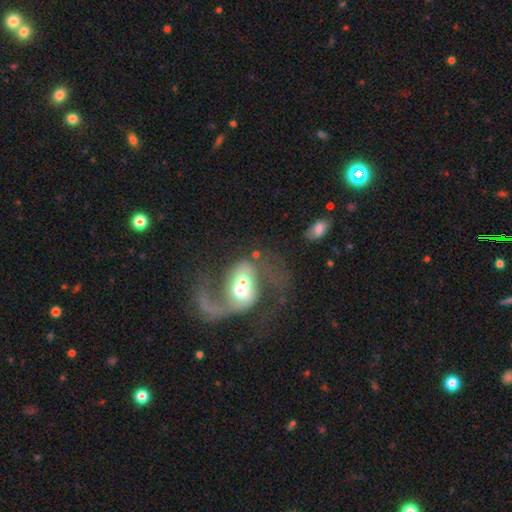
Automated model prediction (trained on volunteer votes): Smooth or featured: featured or disk — 69% (smooth — 22%)
Edge-on disk: no — 96% (yes — 4%)
Bar: no — 62% (weak — 27%)
Spiral arms: yes — 78% (no — 22%)
Spiral winding: loose — 65% (medium — 28%)
Spiral arm count: 2 — 49% (1 — 39%)
Bulge size: moderate — 59% (small — 19%)
Merging: merger — 67% (major disturbance — 15%)